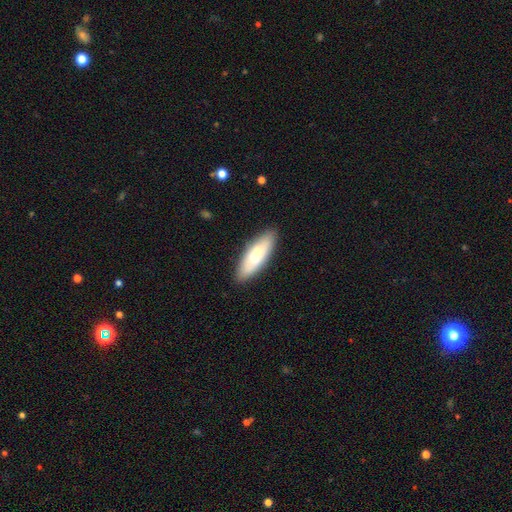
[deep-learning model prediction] Smooth or featured: smooth — 74% (featured or disk — 21%)
How rounded: in between — 58% (cigar-shaped — 40%)
Merging: none — 86% (minor disturbance — 10%)